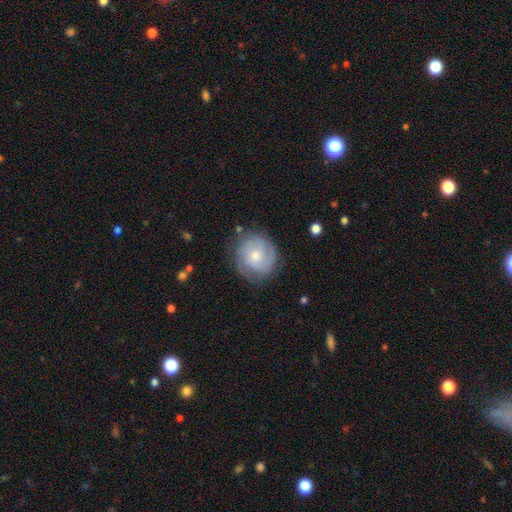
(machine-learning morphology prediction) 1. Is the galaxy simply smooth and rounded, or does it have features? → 68% featured or disk, 25% smooth, 6% star or artifact.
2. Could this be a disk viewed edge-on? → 98% no, 2% yes.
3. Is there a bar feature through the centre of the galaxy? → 69% no, 27% weak, 4% strong.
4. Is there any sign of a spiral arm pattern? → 90% yes, 10% no.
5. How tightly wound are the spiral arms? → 60% tight, 31% medium, 9% loose.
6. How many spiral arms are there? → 32% 2, 29% can't tell, 23% 3, 6% 1, 6% 4, 4% more than 4.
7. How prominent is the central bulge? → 57% moderate, 36% small, 4% large, 2% none, 1% dominant.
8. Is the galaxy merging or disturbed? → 76% none, 16% minor disturbance, 6% major disturbance, 2% merger.